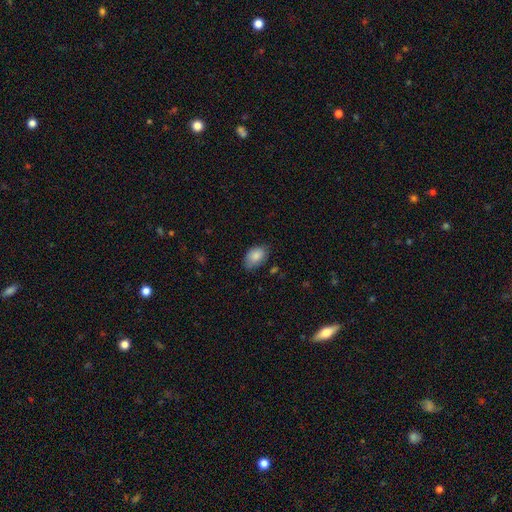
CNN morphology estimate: type=smooth (86%); roundness=in between (90%); merging=none (71%).